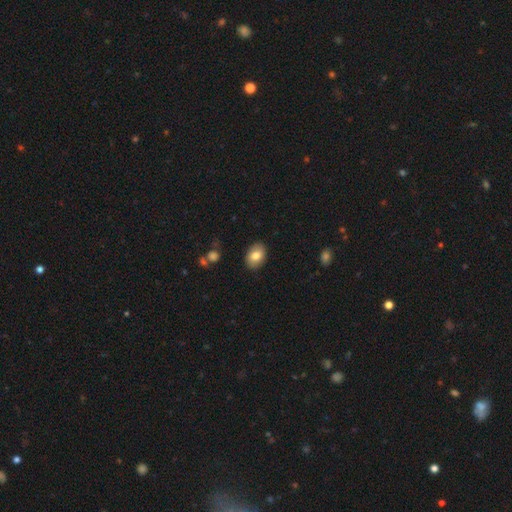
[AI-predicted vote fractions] smooth_or_featured: smooth (p=0.79) [alt: featured or disk p=0.14]
how_rounded: in between (p=0.84) [alt: round p=0.15]
merging: none (p=0.88) [alt: minor disturbance p=0.09]